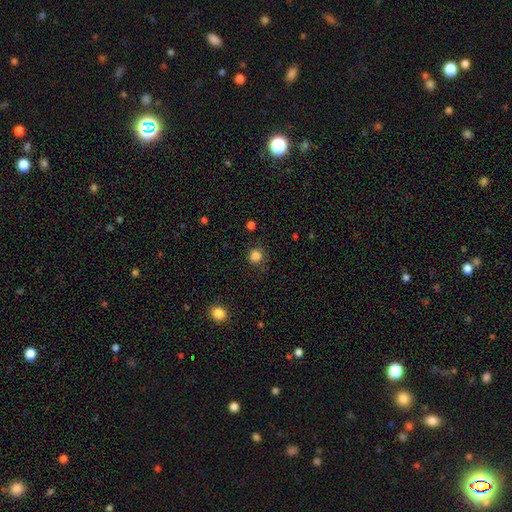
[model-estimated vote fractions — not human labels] Smooth or featured: smooth — 84% (star or artifact — 12%)
How rounded: round — 89% (in between — 10%)
Merging: none — 80% (minor disturbance — 13%)